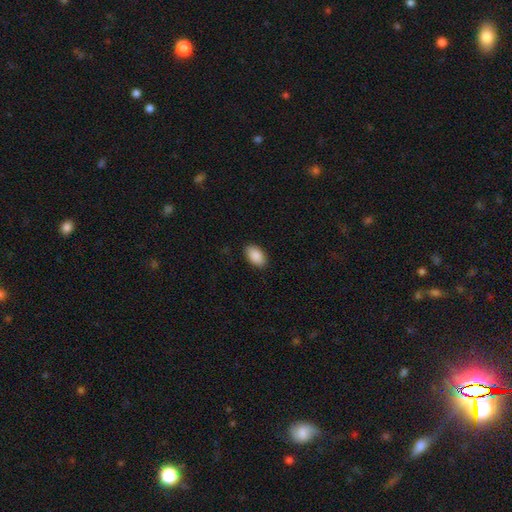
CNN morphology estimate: Smooth or featured?
  - smooth: 90% *
  - star or artifact: 6%
  - featured or disk: 3%
How rounded?
  - in between: 94% *
  - round: 5%
  - cigar-shaped: 1%
Merging?
  - none: 89% *
  - minor disturbance: 8%
  - major disturbance: 2%
  - merger: 1%